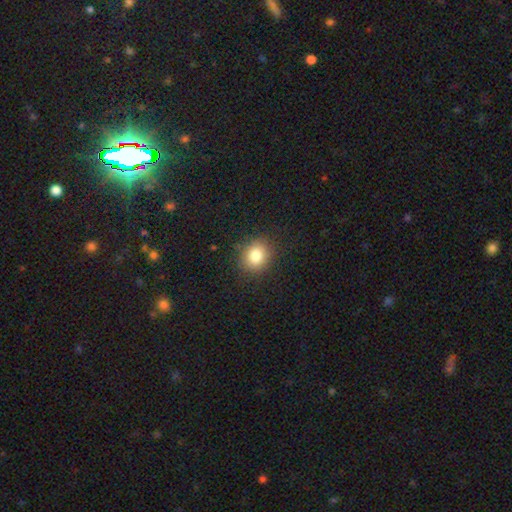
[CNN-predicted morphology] The model was most divided on "how rounded": round: 66%, in between: 33%, cigar-shaped: 1%. More confident: merging — none (86%); smooth or featured — smooth (82%).